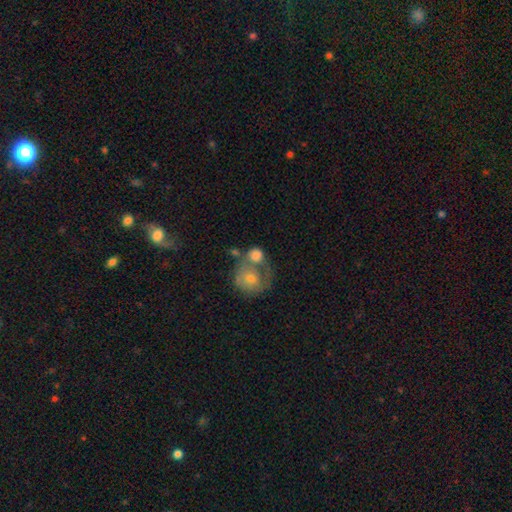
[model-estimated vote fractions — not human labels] A smooth galaxy with no disk features (66%) that is round (73%).

Vote fractions:
- Smooth or featured? smooth: 66% / featured or disk: 27% / star or artifact: 7%
- How rounded? round: 73% / in between: 26% / cigar-shaped: 1%
- Merging? merger: 54% / none: 23% / major disturbance: 11% / minor disturbance: 11%